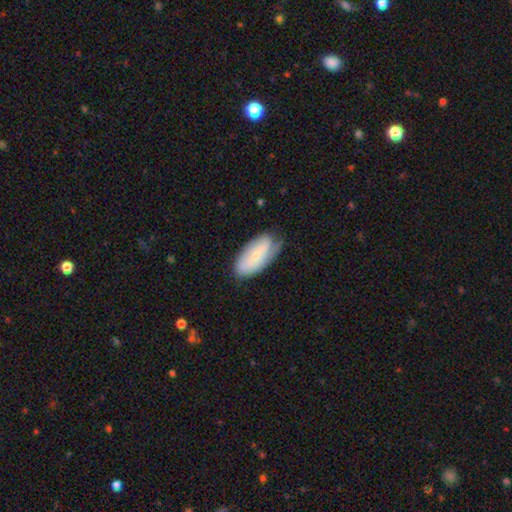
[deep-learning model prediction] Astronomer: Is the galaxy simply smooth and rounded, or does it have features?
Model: smooth — 55% (runner-up: featured or disk, 39%).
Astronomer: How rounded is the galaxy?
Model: in between — 91%.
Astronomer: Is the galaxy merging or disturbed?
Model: none — 59%.